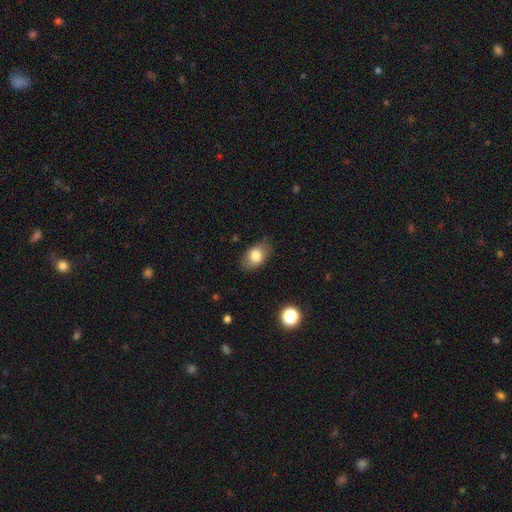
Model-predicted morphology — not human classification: smooth 79%, featured or disk 14%, star or artifact 8%. Down the decision tree: how rounded — in between (86%); merging — none (79%).